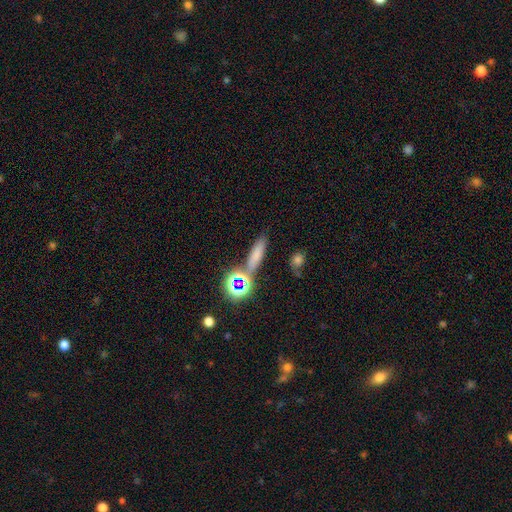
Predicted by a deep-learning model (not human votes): This is likely a smooth galaxy (65%). How rounded: likely cigar-shaped (66%). Merging: likely none (69%).